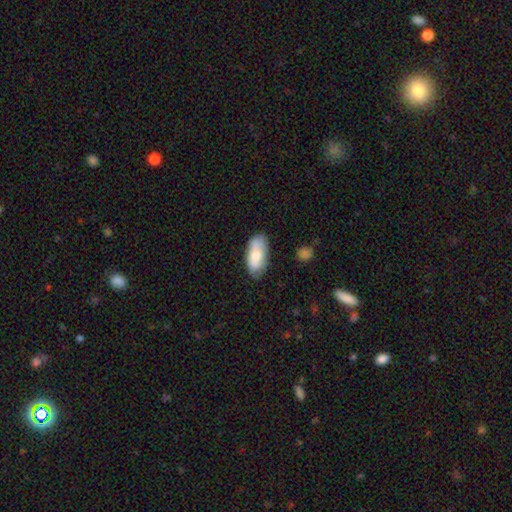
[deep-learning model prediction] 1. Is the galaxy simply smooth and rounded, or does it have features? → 76% smooth, 18% featured or disk, 6% star or artifact.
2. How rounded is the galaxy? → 91% in between, 7% cigar-shaped, 2% round.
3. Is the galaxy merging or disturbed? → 67% none, 25% minor disturbance, 5% major disturbance, 3% merger.